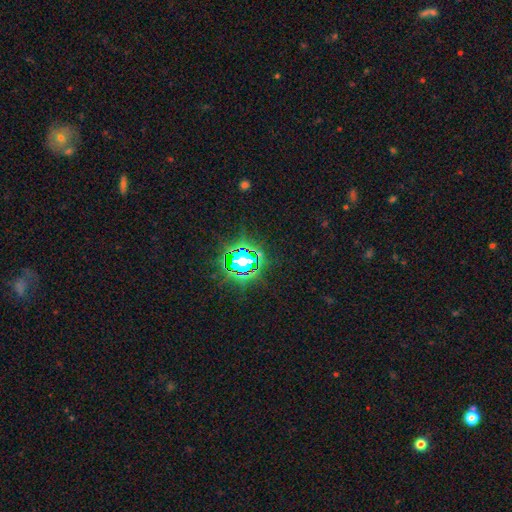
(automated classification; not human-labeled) Smooth or featured?
  - star or artifact: 78% *
  - smooth: 13%
  - featured or disk: 9%